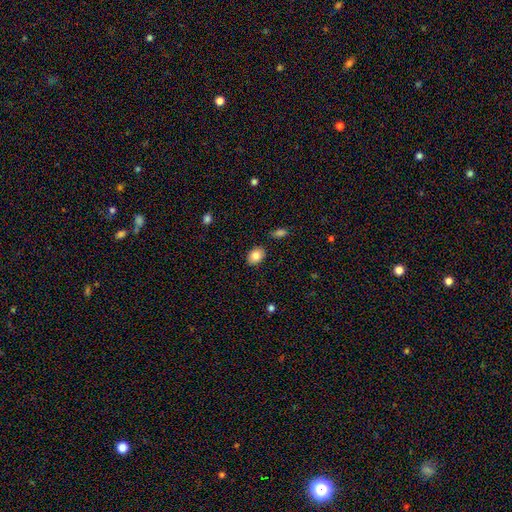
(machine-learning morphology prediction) A smooth galaxy with no disk features (83%) that is in between round and cigar-shaped (69%). Merging: none (86%).